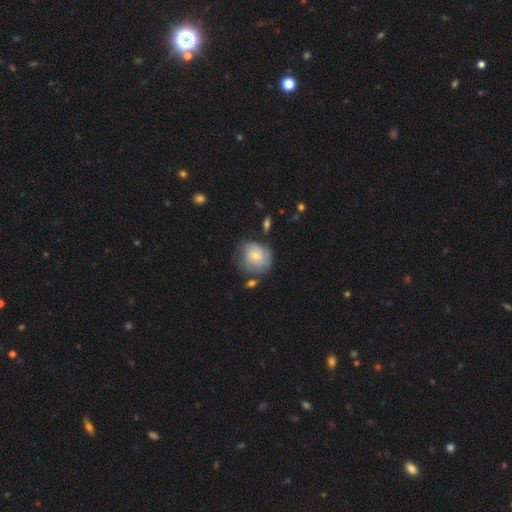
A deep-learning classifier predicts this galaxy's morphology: featured or disk 52%, smooth 41%, star or artifact 7%. Down the decision tree: edge-on disk — no (97%); bar — no (69%); spiral arms — yes (79%); bulge size — small (56%); merging — none (59%).